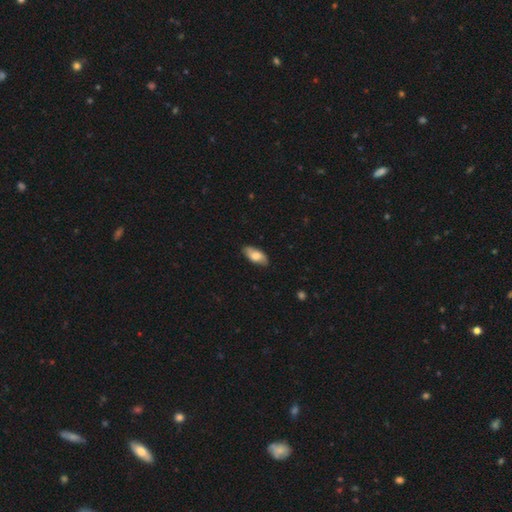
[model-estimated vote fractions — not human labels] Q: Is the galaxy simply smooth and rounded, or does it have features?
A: smooth — 71%.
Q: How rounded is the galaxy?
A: in between — 88%.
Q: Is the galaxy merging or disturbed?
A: none — 82%.